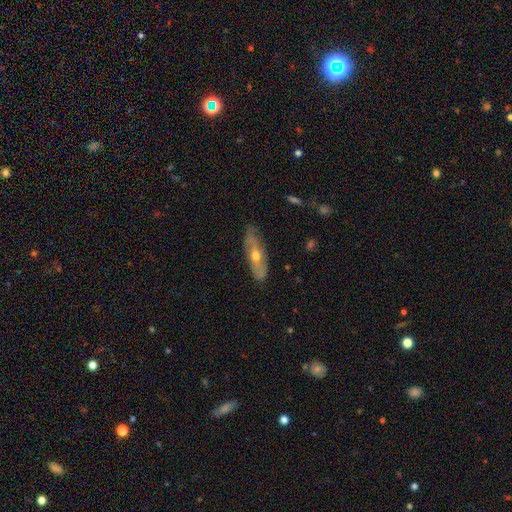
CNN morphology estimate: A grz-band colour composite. It shows a featured or disk galaxy (62%). Merging: none (82%).